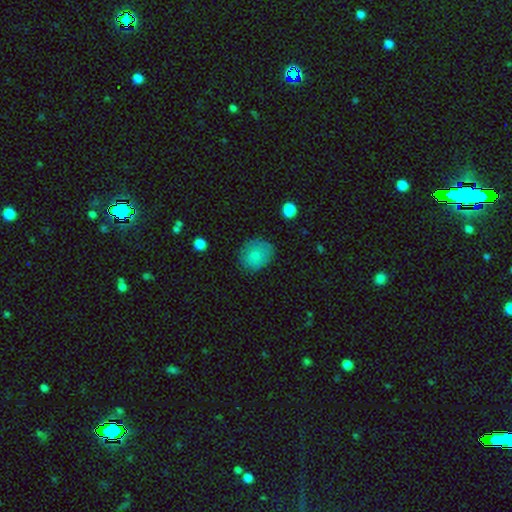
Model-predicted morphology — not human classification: This is clearly a smooth galaxy (82%). How rounded: likely round (63%). Merging: likely none (74%).